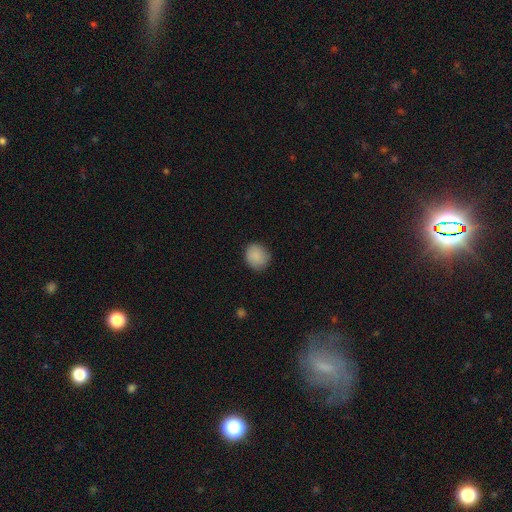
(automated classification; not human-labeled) Morphology: type=smooth (88%); roundness=round (76%); merging=none (83%).